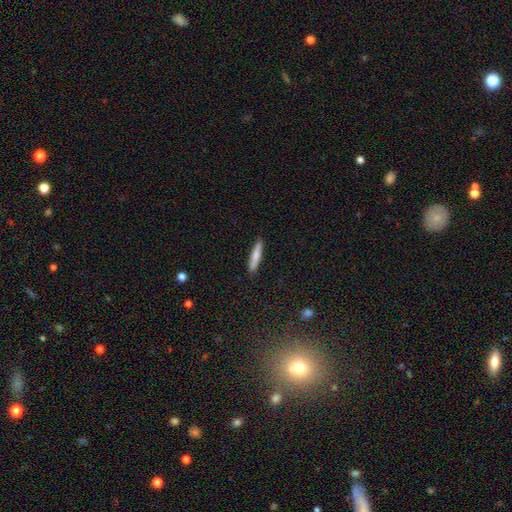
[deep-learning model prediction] A smooth galaxy with no disk features (75%) that is cigar-shaped (91%). Merging: none (90%).